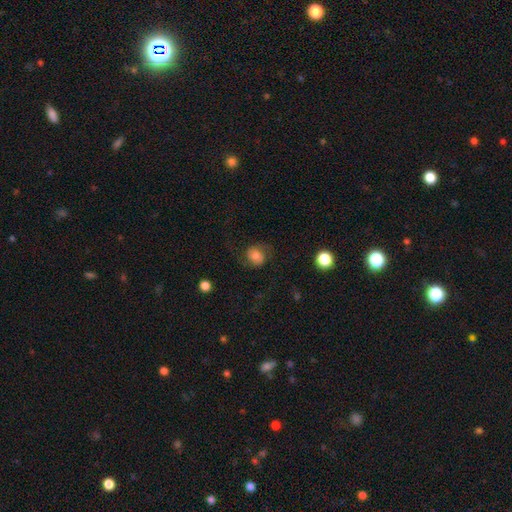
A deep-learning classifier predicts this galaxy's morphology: Smooth or featured? Predicted: smooth (p=0.53). How rounded? Predicted: round (p=0.75). Merging? Predicted: none (p=0.66).